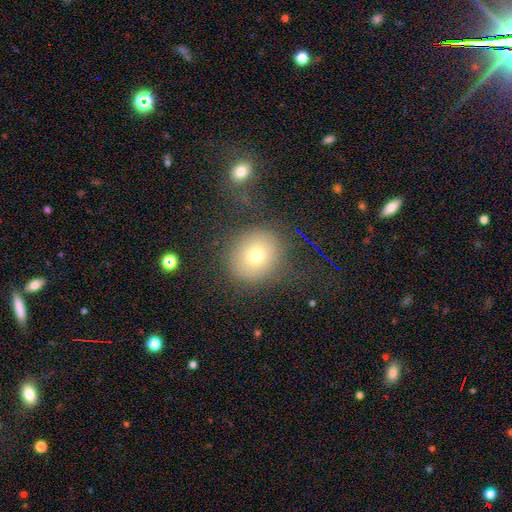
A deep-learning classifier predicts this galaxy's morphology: A smooth galaxy with no disk features (71%) that is round (82%). Merging: none (79%).